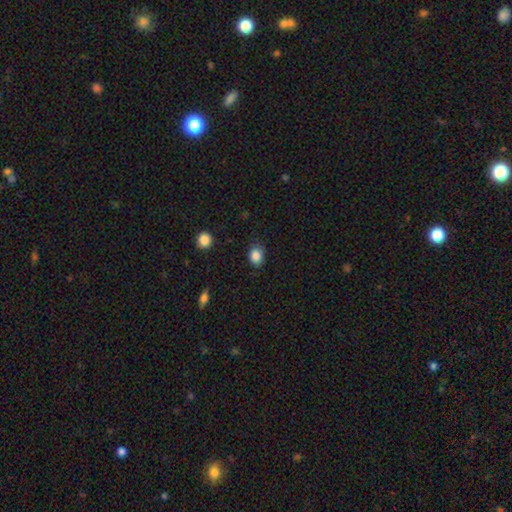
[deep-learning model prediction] Smooth or featured?
  - smooth: 86% *
  - star or artifact: 9%
  - featured or disk: 4%
How rounded?
  - in between: 57% *
  - round: 42%
  - cigar-shaped: 1%
Merging?
  - none: 80% *
  - minor disturbance: 15%
  - major disturbance: 3%
  - merger: 1%